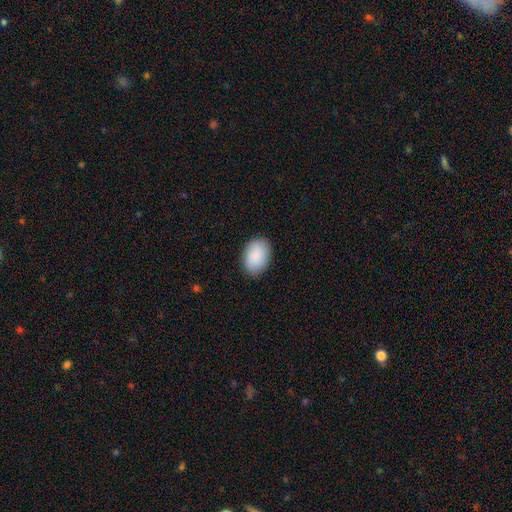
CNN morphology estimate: Q: Smooth or featured?
A: smooth (89%); runner-up: featured or disk (6%)
Q: How rounded?
A: in between (85%); runner-up: round (14%)
Q: Merging?
A: none (86%); runner-up: minor disturbance (10%)